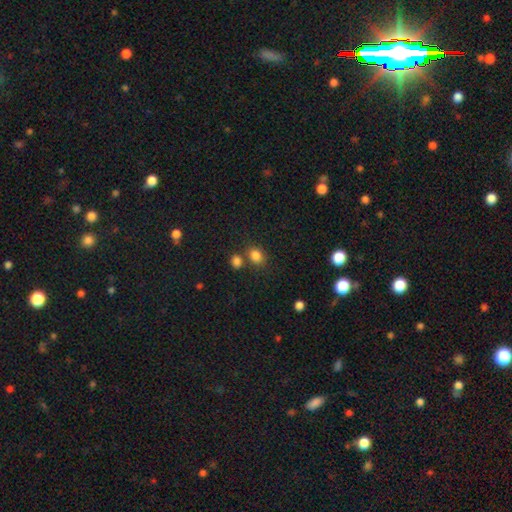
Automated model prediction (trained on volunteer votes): smooth-or-featured: smooth: 82% | star or artifact: 13% | featured or disk: 5%
  how-rounded: round: 61% | in between: 38% | cigar-shaped: 1%
  merging: none: 65% | merger: 21% | minor disturbance: 10% | major disturbance: 4%